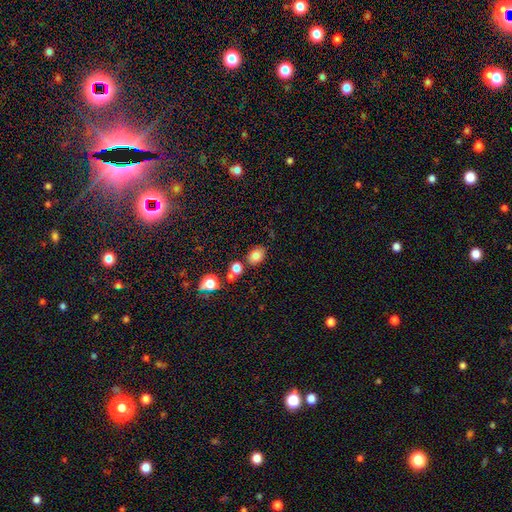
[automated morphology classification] A smooth galaxy with no disk features (81%) that is in between round and cigar-shaped (73%).

Vote fractions:
- Smooth or featured? smooth: 81% / star or artifact: 12% / featured or disk: 7%
- How rounded? in between: 73% / round: 26% / cigar-shaped: 1%
- Merging? none: 73% / minor disturbance: 12% / merger: 11% / major disturbance: 4%